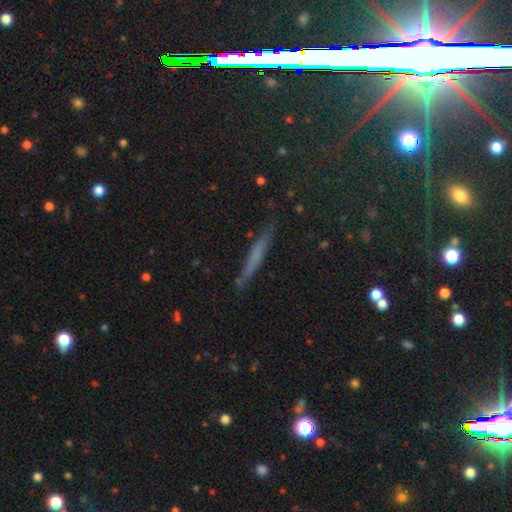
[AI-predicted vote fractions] Smooth or featured?
  - smooth: 48% *
  - featured or disk: 39%
  - star or artifact: 13%
Merging?
  - none: 84% *
  - minor disturbance: 12%
  - major disturbance: 2%
  - merger: 2%